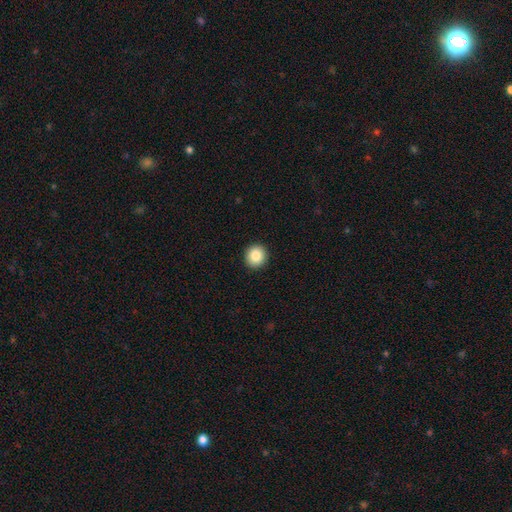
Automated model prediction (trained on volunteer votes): smooth_or_featured: smooth (p=0.86) [alt: star or artifact p=0.09]
how_rounded: round (p=0.91) [alt: in between p=0.08]
merging: none (p=0.93) [alt: minor disturbance p=0.05]